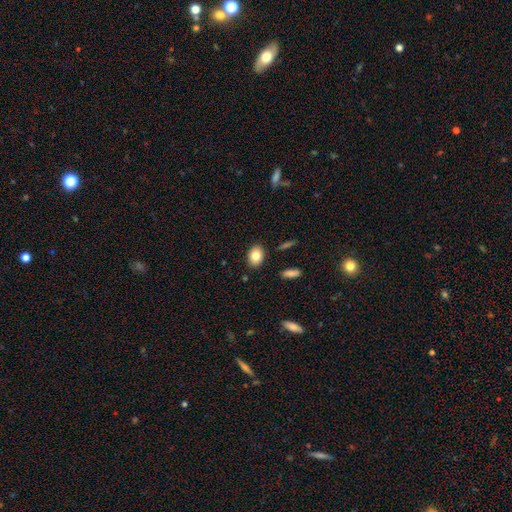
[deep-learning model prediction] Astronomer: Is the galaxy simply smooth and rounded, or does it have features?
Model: smooth — 82%.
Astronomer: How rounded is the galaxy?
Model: in between — 70%.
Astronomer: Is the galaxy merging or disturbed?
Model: none — 88%.